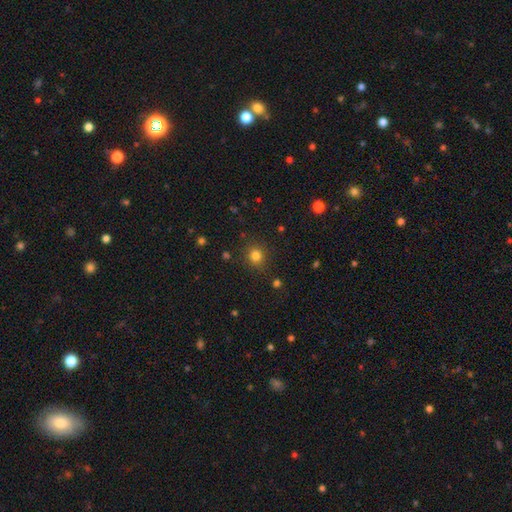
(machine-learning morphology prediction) Smooth or featured?
  - smooth: 80% *
  - star or artifact: 15%
  - featured or disk: 5%
How rounded?
  - round: 87% *
  - in between: 12%
  - cigar-shaped: 1%
Merging?
  - none: 87% *
  - minor disturbance: 8%
  - major disturbance: 3%
  - merger: 2%